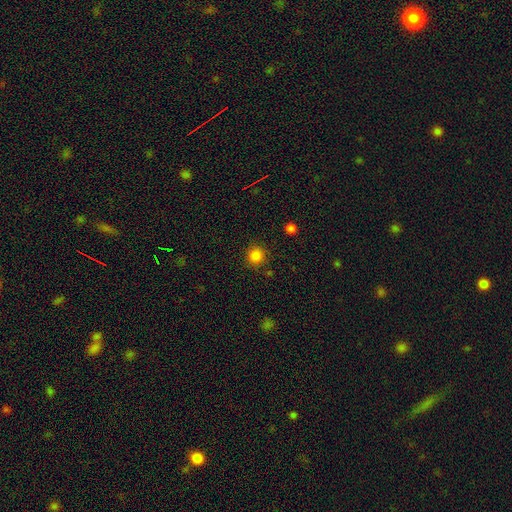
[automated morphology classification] Smooth or featured?
  - smooth: 84% *
  - star or artifact: 13%
  - featured or disk: 3%
How rounded?
  - round: 93% *
  - in between: 6%
  - cigar-shaped: 1%
Merging?
  - none: 88% *
  - minor disturbance: 7%
  - major disturbance: 3%
  - merger: 2%